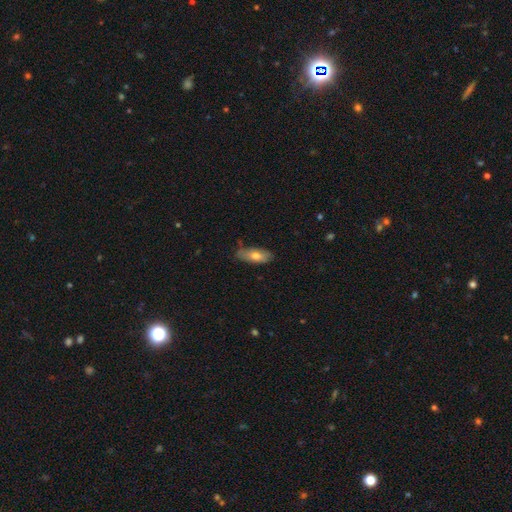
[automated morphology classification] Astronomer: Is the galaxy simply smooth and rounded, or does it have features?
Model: smooth — 69%.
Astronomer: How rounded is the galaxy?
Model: in between — 75%.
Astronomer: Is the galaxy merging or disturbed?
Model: none — 74%.